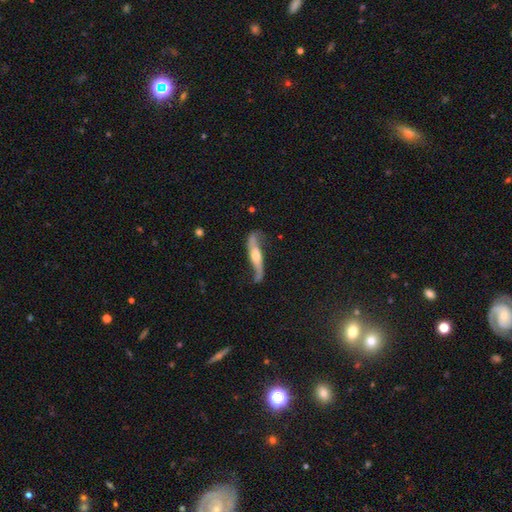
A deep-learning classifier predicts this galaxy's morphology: This appears to be a featured or disk galaxy (79%). Merging: none (64%).